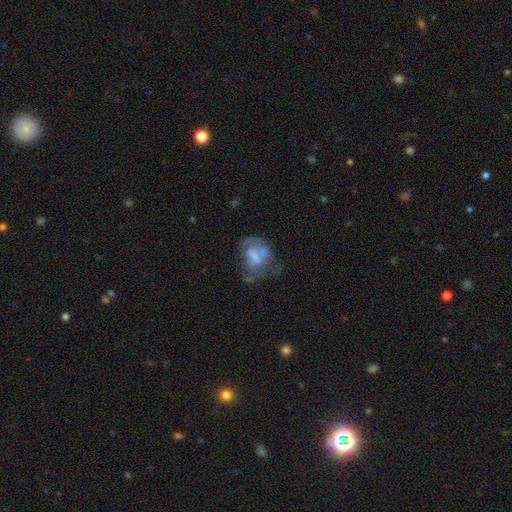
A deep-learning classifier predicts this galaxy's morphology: A featured or disk galaxy (53%) with no bar (50%), no spiral arms (59%) and no central bulge (39%).

Vote fractions:
- Smooth or featured? featured or disk: 53% / smooth: 37% / star or artifact: 10%
- Edge-on disk? no: 97% / yes: 3%
- Bar? no: 50% / weak: 37% / strong: 13%
- Spiral arms? no: 59% / yes: 41%
- Bulge size? none: 39% / small: 25% / moderate: 24% / large: 9% / dominant: 2%
- Merging? major disturbance: 36% / none: 32% / minor disturbance: 24% / merger: 7%